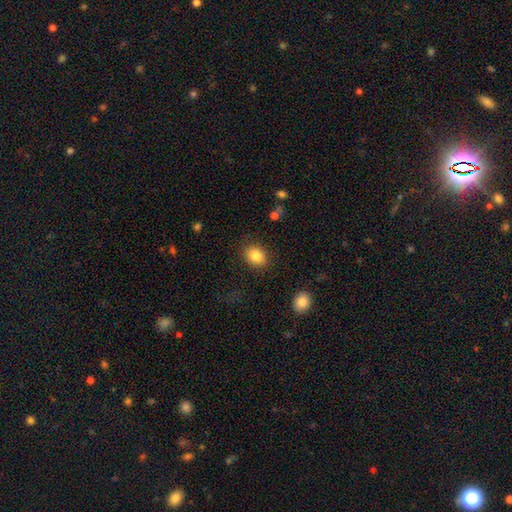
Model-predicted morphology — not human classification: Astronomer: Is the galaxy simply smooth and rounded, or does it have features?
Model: smooth — 84%.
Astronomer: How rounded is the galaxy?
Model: in between — 58% (runner-up: round, 41%).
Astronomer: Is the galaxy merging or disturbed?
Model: none — 86%.